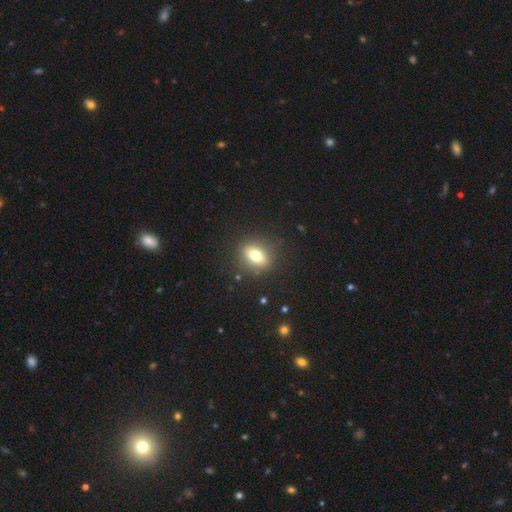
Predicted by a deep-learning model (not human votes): smooth_or_featured: smooth (p=0.69) [alt: featured or disk p=0.20]
how_rounded: in between (p=0.58) [alt: round p=0.38]
merging: none (p=0.86) [alt: minor disturbance p=0.09]